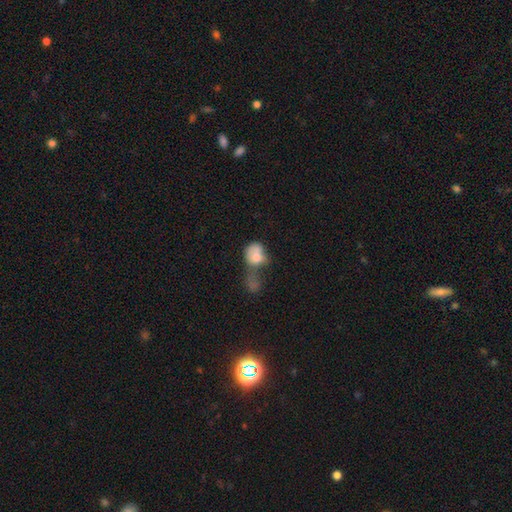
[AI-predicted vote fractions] smooth_or_featured: smooth (p=0.71) [alt: featured or disk p=0.20]
how_rounded: in between (p=0.62) [alt: round p=0.37]
merging: merger (p=0.44) [alt: major disturbance p=0.29]